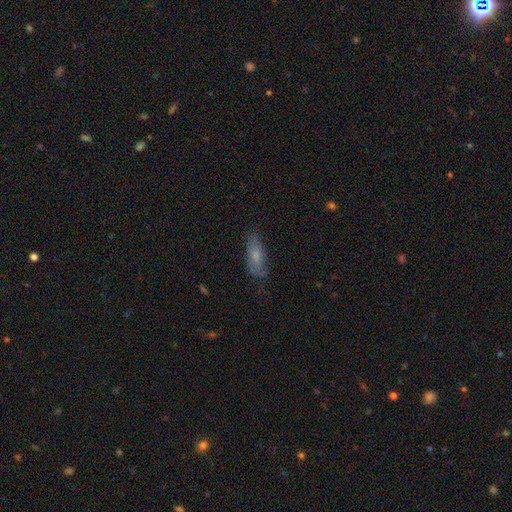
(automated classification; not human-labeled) smooth_or_featured: smooth (p=0.66) [alt: featured or disk p=0.26]
how_rounded: in between (p=0.62) [alt: cigar-shaped p=0.36]
merging: none (p=0.67) [alt: minor disturbance p=0.24]